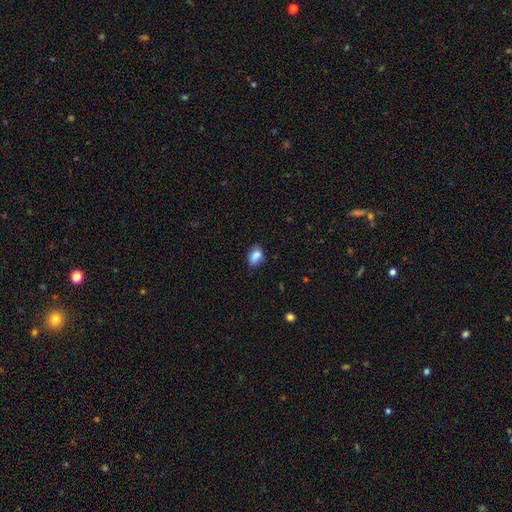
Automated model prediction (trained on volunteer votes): Smooth or featured? smooth (87%)
How rounded? in between (84%)
Merging? none (74%)